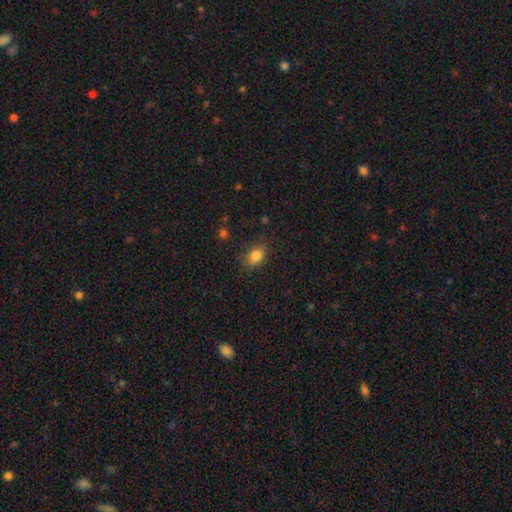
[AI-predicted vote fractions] This is clearly a smooth galaxy (83%). How rounded: likely in between (70%). Merging: likely none (75%).